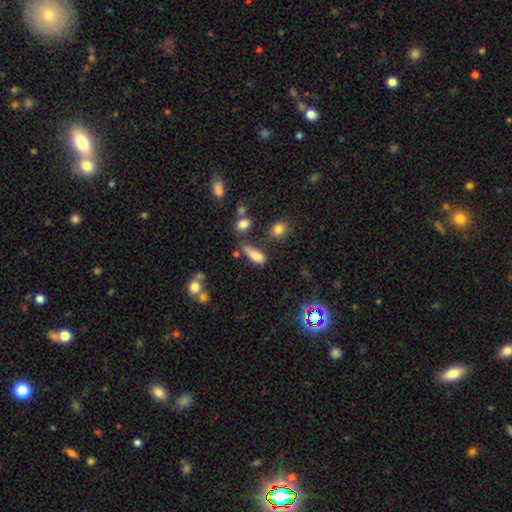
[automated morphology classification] smooth 77%, star or artifact 12%, featured or disk 11%. Down the decision tree: how rounded — in between (65%); merging — none (44%).